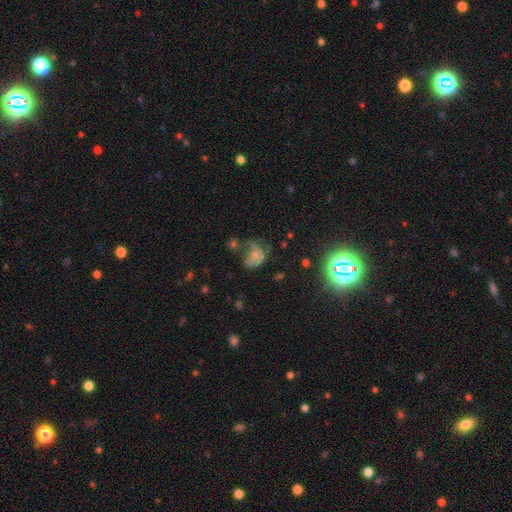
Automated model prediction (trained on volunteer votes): The model was most divided on "merging": major disturbance: 40%, none: 25%, minor disturbance: 22%, merger: 12%. More confident: how rounded — in between (67%); smooth or featured — smooth (53%).